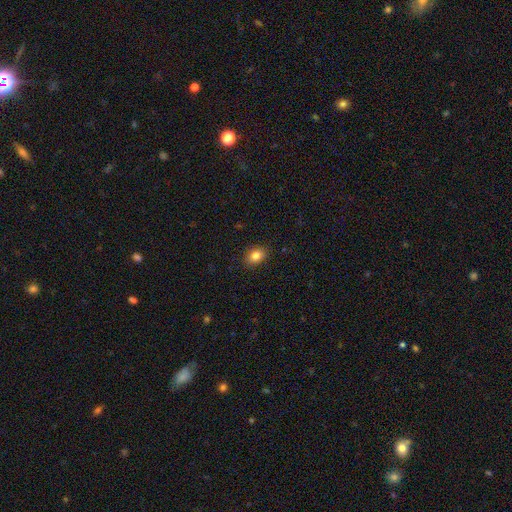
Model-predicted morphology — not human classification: Q: Smooth or featured?
A: smooth (84%); runner-up: star or artifact (10%)
Q: How rounded?
A: in between (71%); runner-up: round (27%)
Q: Merging?
A: none (88%); runner-up: minor disturbance (9%)